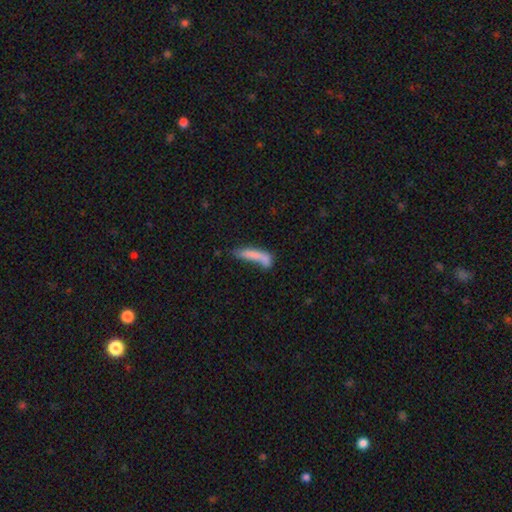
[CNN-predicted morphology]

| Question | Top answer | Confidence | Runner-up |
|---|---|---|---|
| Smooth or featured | smooth | 71% | featured or disk (20%) |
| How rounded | cigar-shaped | 79% | in between (19%) |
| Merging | none | 39% | merger (26%) |